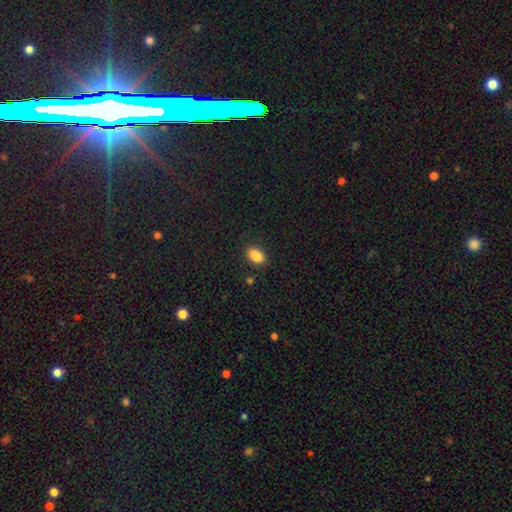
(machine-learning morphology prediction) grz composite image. It shows a smooth galaxy with no disk features (88%) that is in between round and cigar-shaped (89%). Merging: none (87%).